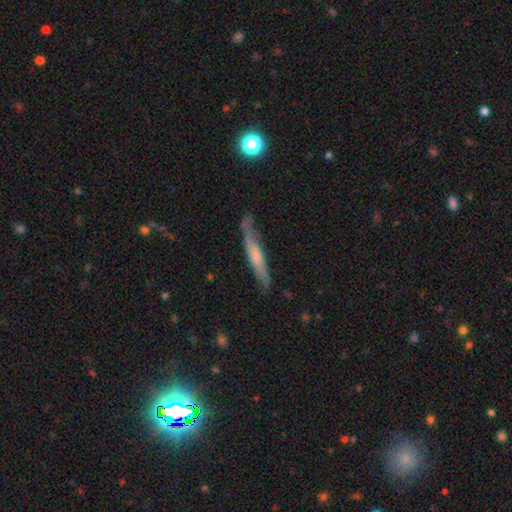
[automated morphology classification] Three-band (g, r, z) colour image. It shows a smooth galaxy with no disk features (49%). Merging: none (63%).